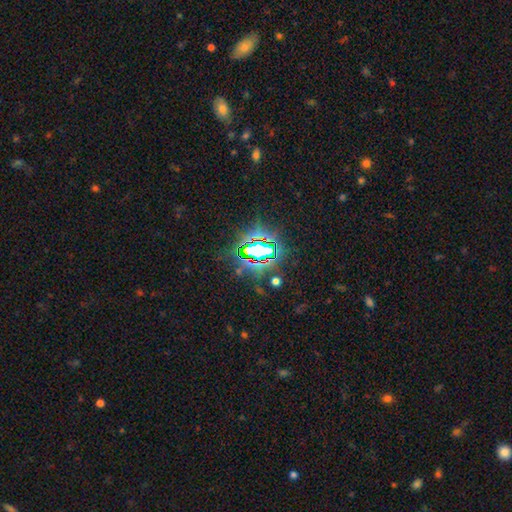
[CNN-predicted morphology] star or artifact 77%, smooth 13%, featured or disk 11%.